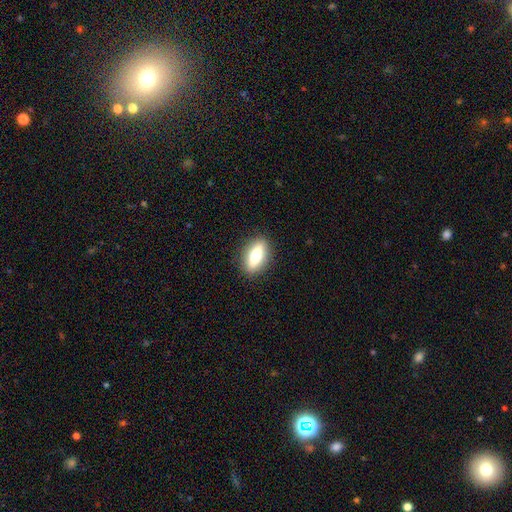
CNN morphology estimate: smooth_or_featured: smooth (p=0.61) [alt: featured or disk p=0.32]
how_rounded: in between (p=0.74) [alt: cigar-shaped p=0.20]
merging: none (p=0.89) [alt: minor disturbance p=0.08]